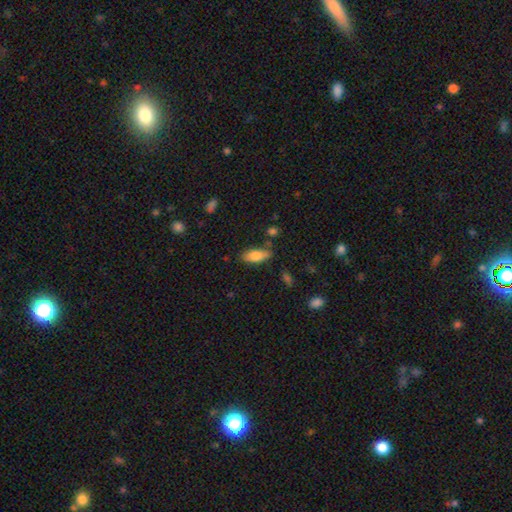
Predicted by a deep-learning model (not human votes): Smooth or featured? Predicted: smooth (p=0.79). How rounded? Predicted: in between (p=0.77). Merging? Predicted: none (p=0.75).